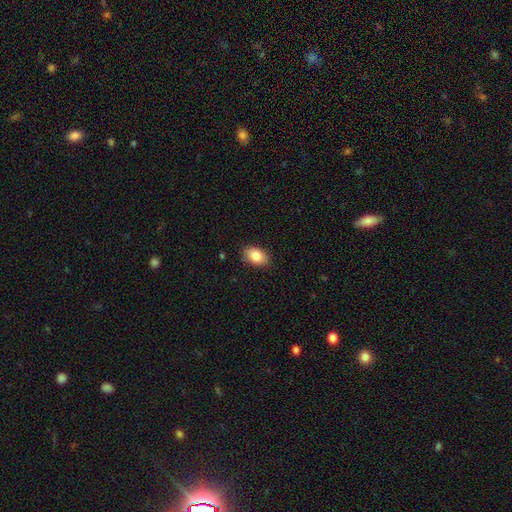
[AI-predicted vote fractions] This is clearly a smooth galaxy (85%). How rounded: clearly in between (87%). Merging: clearly none (86%).